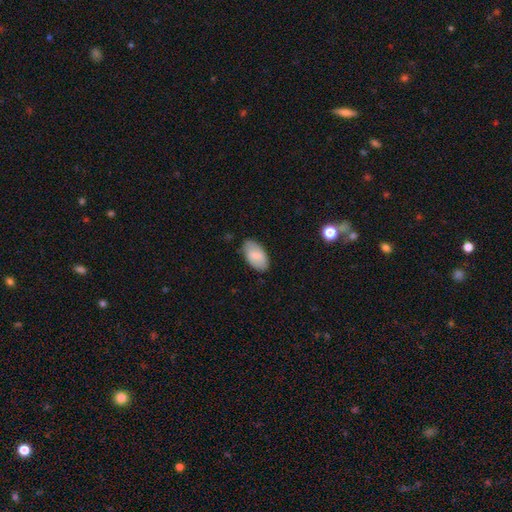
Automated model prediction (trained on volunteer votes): A smooth galaxy with no disk features (77%) that is in between round and cigar-shaped (95%). Merging: none (76%).